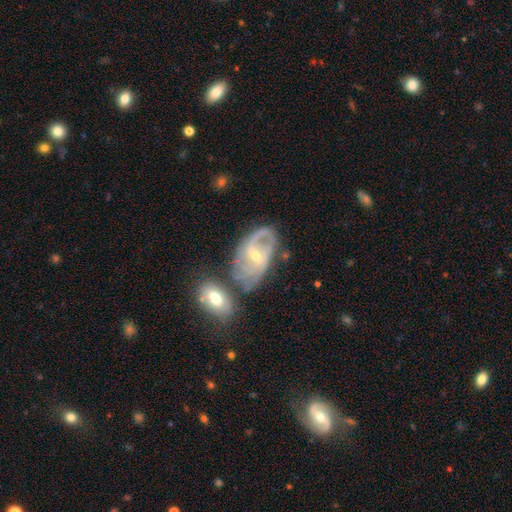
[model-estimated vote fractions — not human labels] Overall: featured or disk (83%). Edge-on disk: no (96%). Bar: weak (52%; no 28%). Spiral arms: yes (92%). Spiral arm count: 2 (49%; can't tell 25%). Spiral winding: medium (45%; tight 33%). Bulge size: small (64%; moderate 33%). Merging: none (51%; minor disturbance 21%).